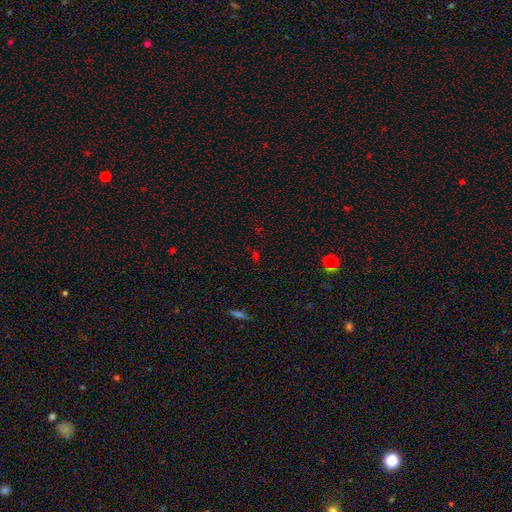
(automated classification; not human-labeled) smooth-or-featured: star or artifact: 54% | smooth: 36% | featured or disk: 10%